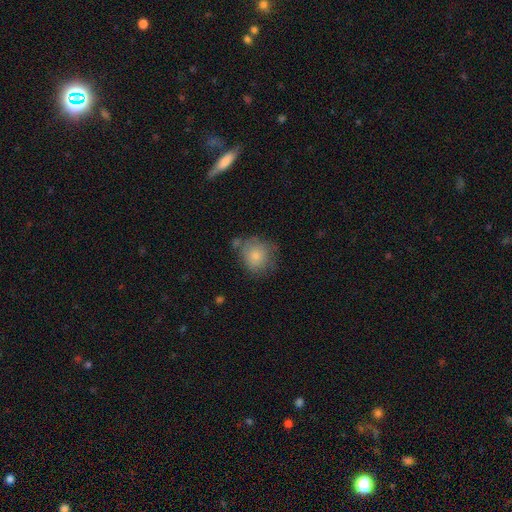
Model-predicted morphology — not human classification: Overall: smooth (80%). How rounded: round (81%). Merging: none (59%; minor disturbance 24%).